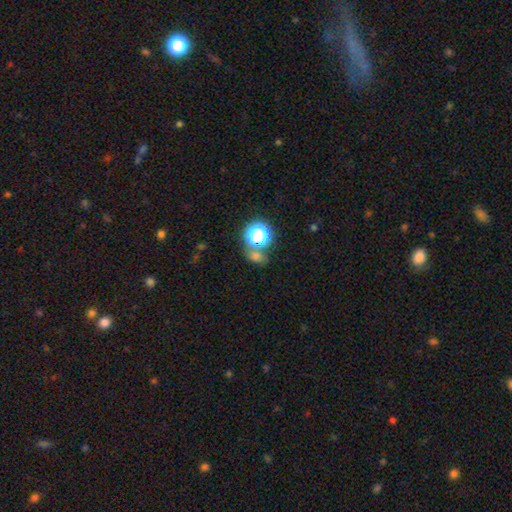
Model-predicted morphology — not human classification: This appears to be a smooth galaxy with no disk features (62%) that is round (58%). Merging: none (60%).